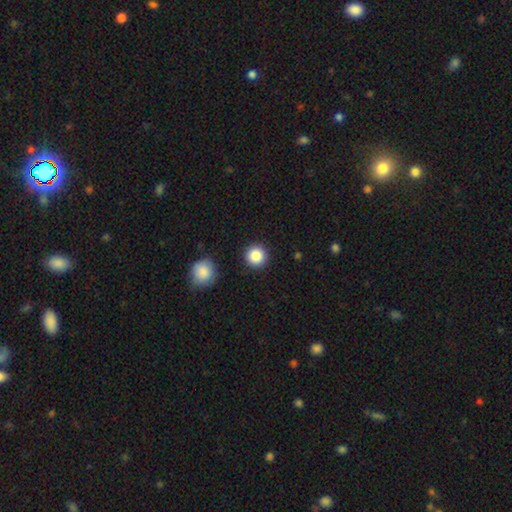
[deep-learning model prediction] This appears to be a smooth galaxy with no disk features (86%) that is round (95%). Merging: none (90%).